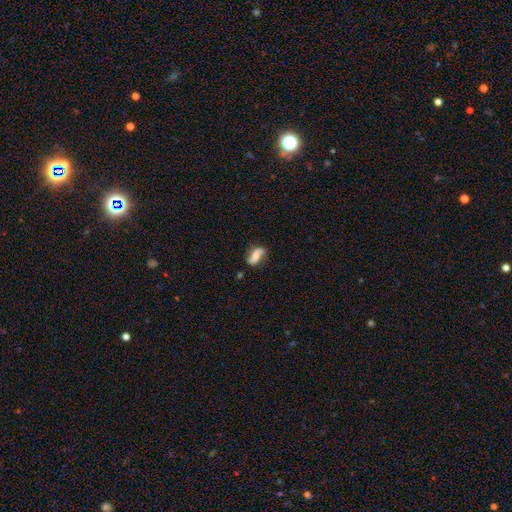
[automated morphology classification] Q: Smooth or featured?
A: featured or disk (60%); runner-up: smooth (31%)
Q: Edge-on disk?
A: no (93%); runner-up: yes (7%)
Q: Bar?
A: no (47%); runner-up: weak (31%)
Q: Spiral arms?
A: yes (90%); runner-up: no (10%)
Q: Spiral winding?
A: loose (68%); runner-up: medium (22%)
Q: Spiral arm count?
A: 2 (88%); runner-up: 1 (5%)
Q: Bulge size?
A: moderate (45%); runner-up: small (33%)
Q: Merging?
A: none (70%); runner-up: minor disturbance (20%)